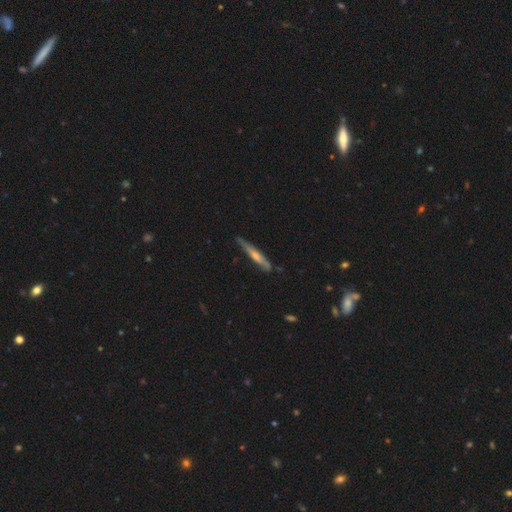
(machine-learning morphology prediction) featured or disk 63%, smooth 29%, star or artifact 8%. Down the decision tree: edge-on disk — yes (94%); edge-on bulge — rounded (76%); merging — none (81%).